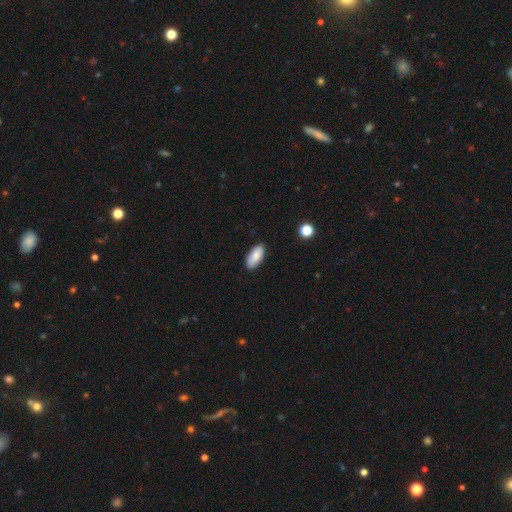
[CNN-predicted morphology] Smooth or featured: smooth — 84% (featured or disk — 9%)
How rounded: in between — 90% (cigar-shaped — 8%)
Merging: none — 87% (minor disturbance — 10%)